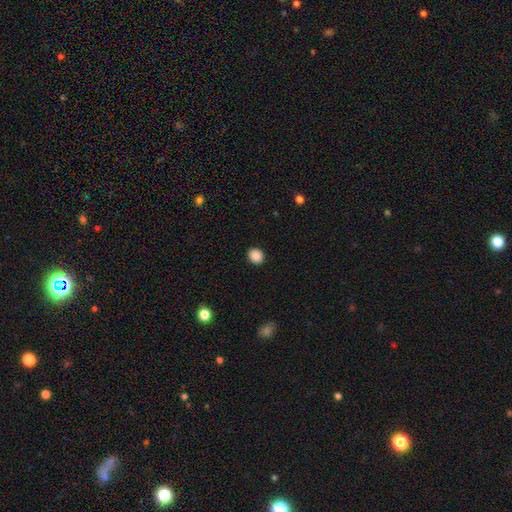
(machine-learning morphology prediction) This is clearly a smooth galaxy (88%). How rounded: likely round (70%). Merging: clearly none (91%).